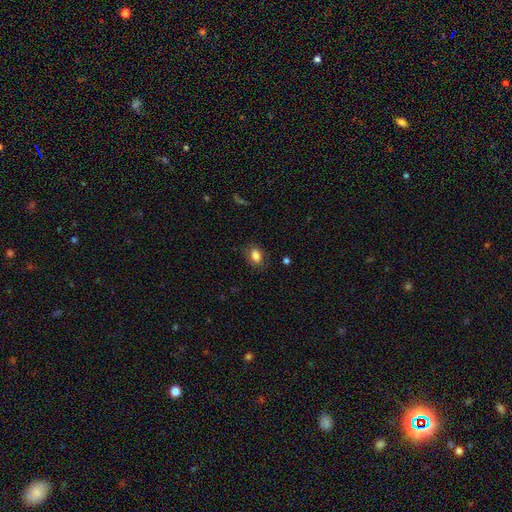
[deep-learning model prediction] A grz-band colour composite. It shows a smooth galaxy with no disk features (83%) that is in between round and cigar-shaped (79%). Merging: none (80%).